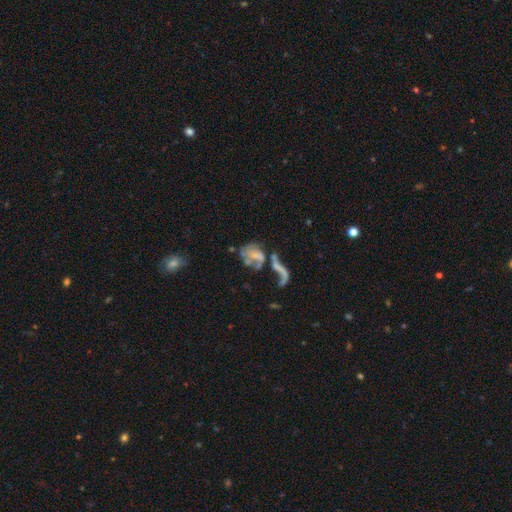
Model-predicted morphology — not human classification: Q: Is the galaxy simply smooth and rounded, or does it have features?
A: featured or disk — 56%.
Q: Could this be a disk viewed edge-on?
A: no — 96%.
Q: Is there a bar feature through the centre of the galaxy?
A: no — 71%.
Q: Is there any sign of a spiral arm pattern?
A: no — 63%.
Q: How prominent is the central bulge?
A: none — 61%.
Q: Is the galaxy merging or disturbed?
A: merger — 43%.